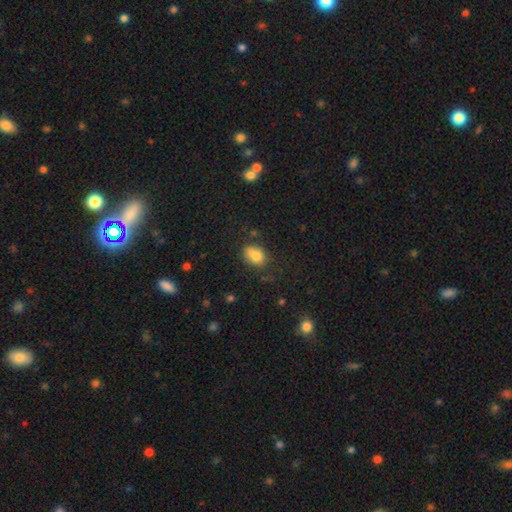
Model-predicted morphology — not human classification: This appears to be a smooth galaxy with no disk features (80%) that is in between round and cigar-shaped (70%). Merging: none (61%).